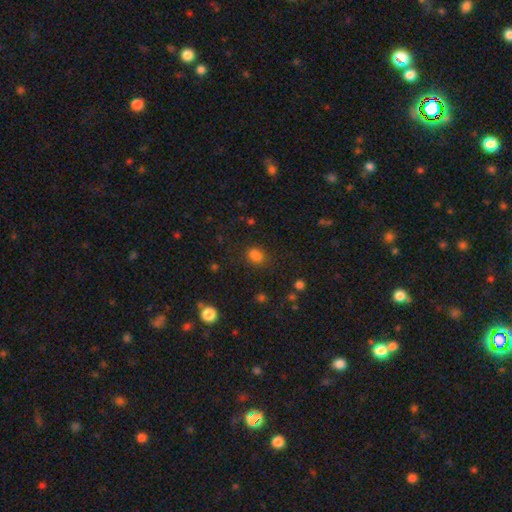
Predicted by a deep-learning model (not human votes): smooth 77%, star or artifact 17%, featured or disk 6%. Down the decision tree: how rounded — in between (64%); merging — none (69%).